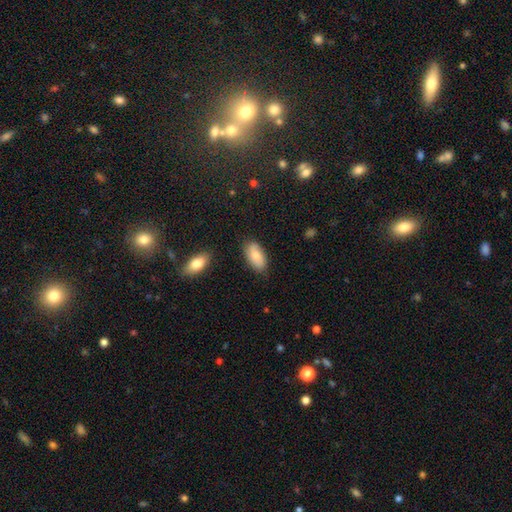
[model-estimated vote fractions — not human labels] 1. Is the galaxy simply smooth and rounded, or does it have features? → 80% smooth, 14% featured or disk, 6% star or artifact.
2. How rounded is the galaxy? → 92% in between, 5% cigar-shaped, 2% round.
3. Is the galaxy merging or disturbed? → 80% none, 15% minor disturbance, 3% major disturbance, 2% merger.